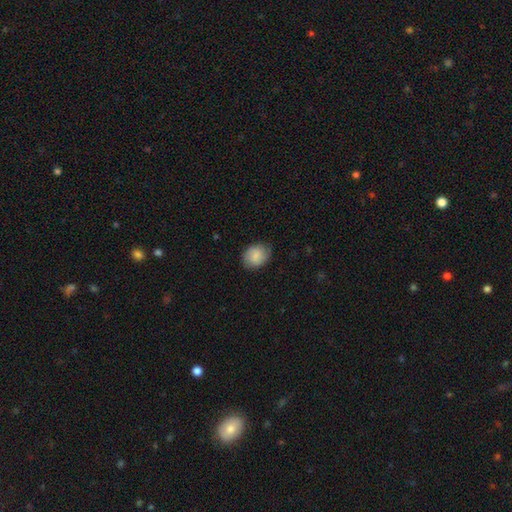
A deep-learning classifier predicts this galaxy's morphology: Smooth or featured? smooth (80%)
How rounded? round (50%)
Merging? none (81%)